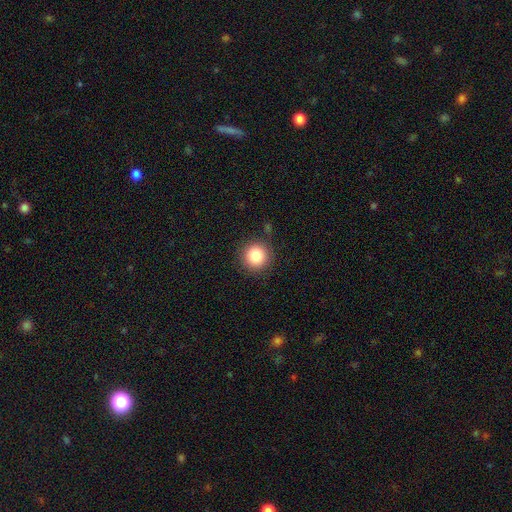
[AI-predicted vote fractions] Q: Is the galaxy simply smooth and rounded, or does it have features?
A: smooth — 85%.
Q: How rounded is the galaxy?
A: round — 94%.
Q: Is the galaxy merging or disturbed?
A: none — 88%.